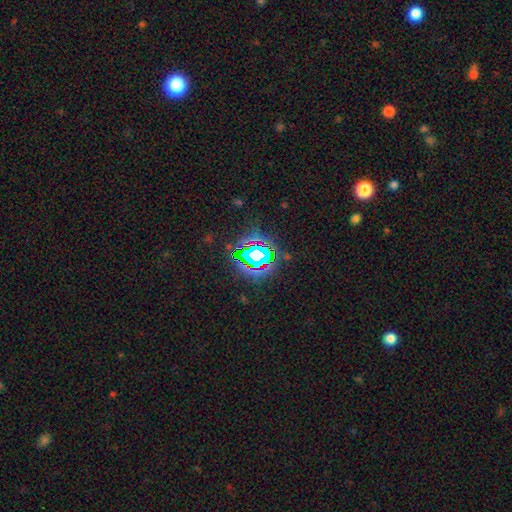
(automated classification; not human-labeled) smooth-or-featured: star or artifact: 71% | smooth: 16% | featured or disk: 12%